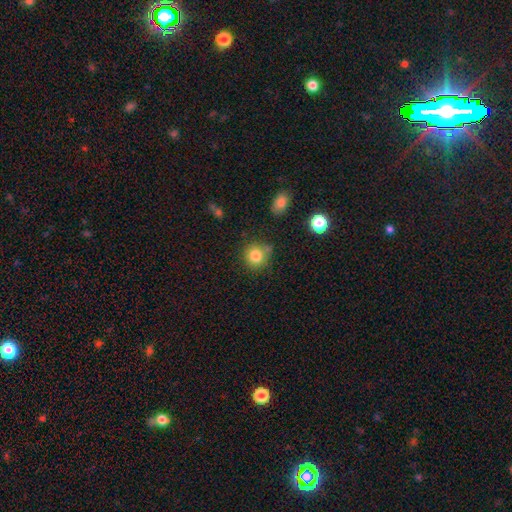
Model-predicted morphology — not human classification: type=smooth (82%); roundness=round (89%); merging=none (74%).